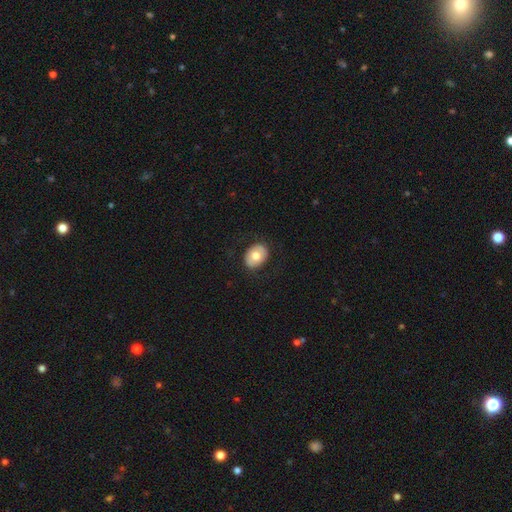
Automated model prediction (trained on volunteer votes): Q: Smooth or featured?
A: smooth (70%); runner-up: featured or disk (24%)
Q: How rounded?
A: in between (62%); runner-up: round (37%)
Q: Merging?
A: none (85%); runner-up: minor disturbance (11%)